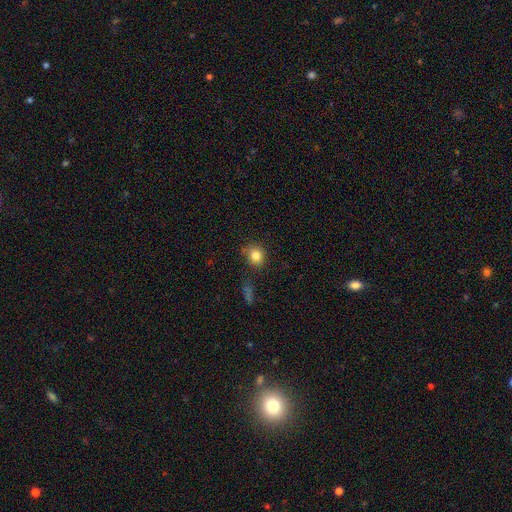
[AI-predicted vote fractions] Smooth or featured? smooth (83%)
How rounded? round (81%)
Merging? none (78%)